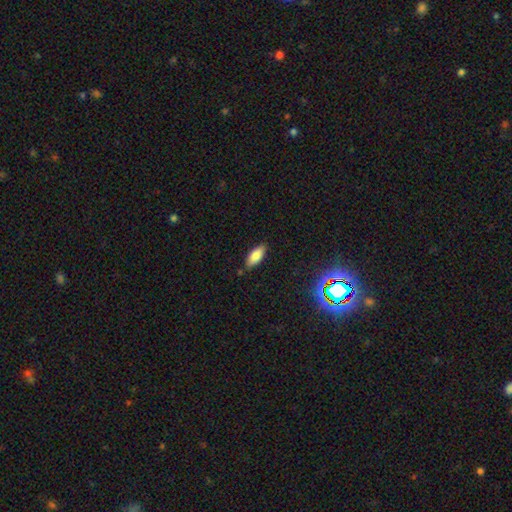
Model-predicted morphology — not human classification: Smooth or featured: smooth — 82% (featured or disk — 10%)
How rounded: in between — 80% (cigar-shaped — 18%)
Merging: none — 84% (minor disturbance — 12%)